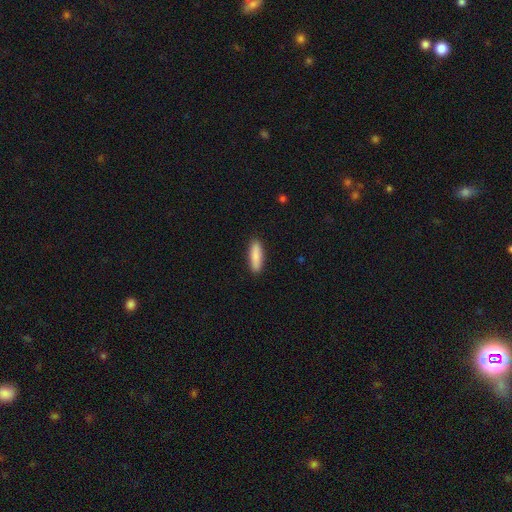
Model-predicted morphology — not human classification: Smooth or featured? smooth (86%)
How rounded? cigar-shaped (61%)
Merging? none (90%)